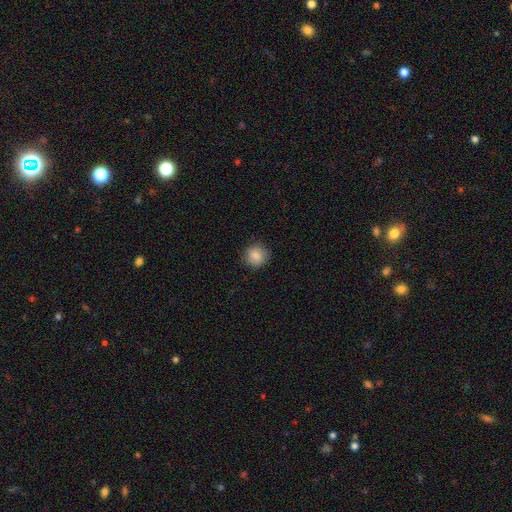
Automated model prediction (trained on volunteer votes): Smooth or featured? Predicted: smooth (p=0.84). How rounded? Predicted: round (p=0.91). Merging? Predicted: none (p=0.88).